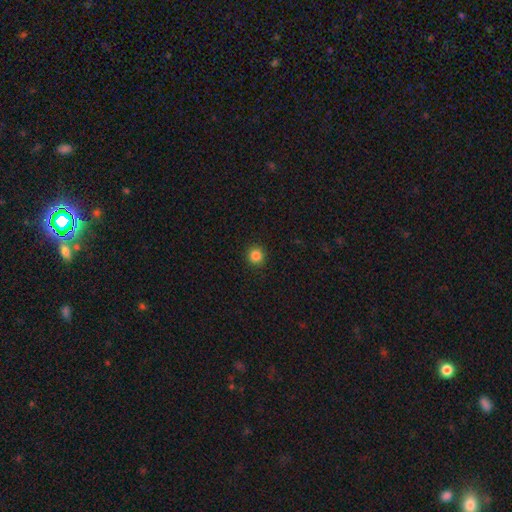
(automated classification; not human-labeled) The model was most divided on "smooth or featured": smooth: 85%, star or artifact: 12%, featured or disk: 4%. More confident: how rounded — round (94%); merging — none (93%).